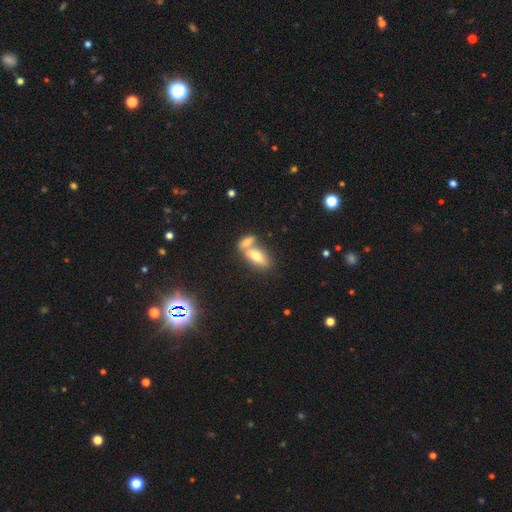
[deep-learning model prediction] Smooth or featured? smooth (70%)
How rounded? in between (77%)
Merging? merger (56%)